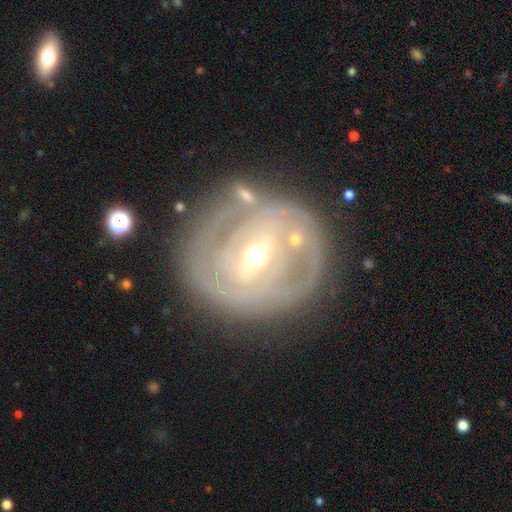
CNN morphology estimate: Q: Smooth or featured?
A: featured or disk (82%); runner-up: smooth (12%)
Q: Edge-on disk?
A: no (96%); runner-up: yes (4%)
Q: Bar?
A: weak (44%); runner-up: strong (31%)
Q: Spiral arms?
A: yes (80%); runner-up: no (20%)
Q: Spiral winding?
A: tight (73%); runner-up: medium (21%)
Q: Spiral arm count?
A: can't tell (37%); runner-up: 2 (33%)
Q: Bulge size?
A: moderate (61%); runner-up: small (34%)
Q: Merging?
A: none (72%); runner-up: minor disturbance (16%)